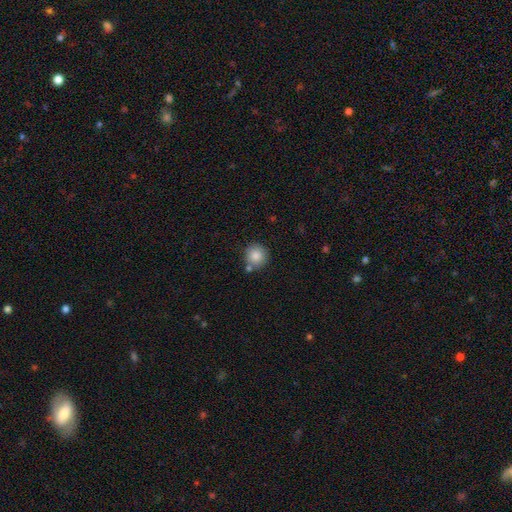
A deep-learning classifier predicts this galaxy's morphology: smooth_or_featured: smooth (p=0.85) [alt: star or artifact p=0.09]
how_rounded: round (p=0.93) [alt: in between p=0.06]
merging: none (p=0.77) [alt: merger p=0.10]